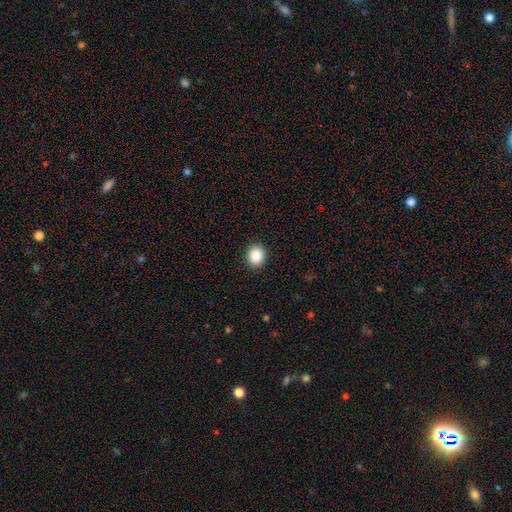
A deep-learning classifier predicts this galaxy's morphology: This appears to be a smooth galaxy with no disk features (88%) that is round (64%). Merging: none (91%).